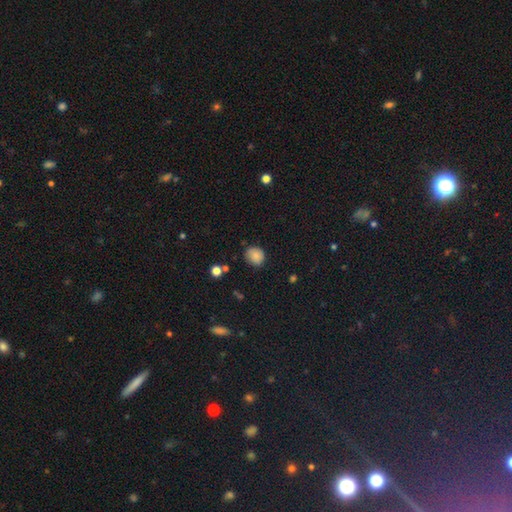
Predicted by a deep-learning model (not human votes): This appears to be a smooth galaxy with no disk features (81%) that is round (79%). Merging: none (75%).